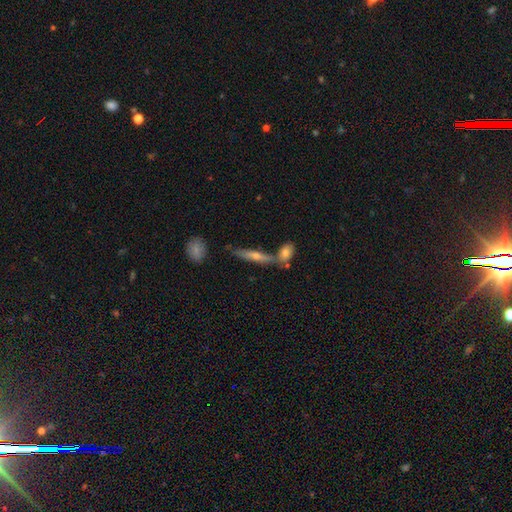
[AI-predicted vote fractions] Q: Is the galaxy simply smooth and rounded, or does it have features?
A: featured or disk — 59%.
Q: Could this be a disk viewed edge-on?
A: yes — 90%.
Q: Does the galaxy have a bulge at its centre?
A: rounded — 81%.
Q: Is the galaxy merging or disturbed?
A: none — 61%.